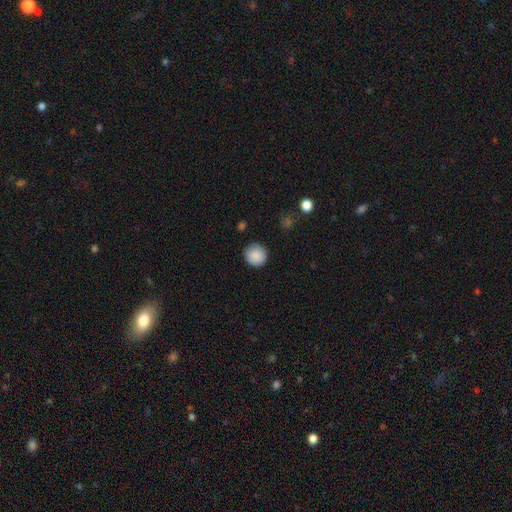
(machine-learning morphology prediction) Smooth or featured? Predicted: smooth (p=0.88). How rounded? Predicted: round (p=0.94). Merging? Predicted: none (p=0.88).